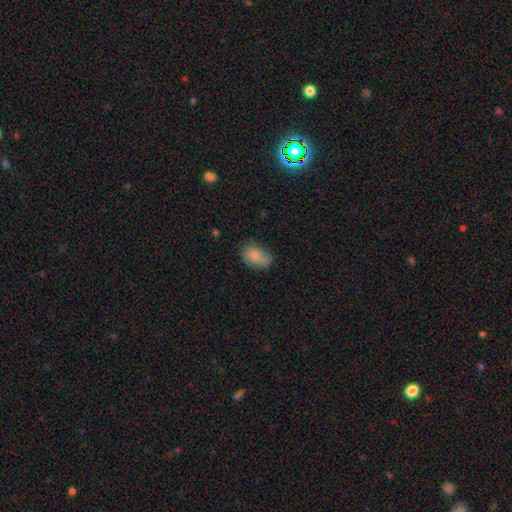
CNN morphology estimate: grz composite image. It shows a smooth galaxy with no disk features (78%) that is in between round and cigar-shaped (84%). Merging: none (54%).